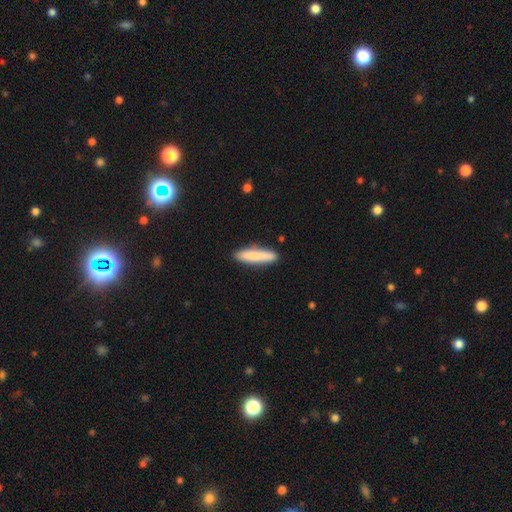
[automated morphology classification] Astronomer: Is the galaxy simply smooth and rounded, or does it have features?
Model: smooth — 83%.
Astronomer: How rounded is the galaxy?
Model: cigar-shaped — 83%.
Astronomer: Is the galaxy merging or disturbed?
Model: none — 86%.